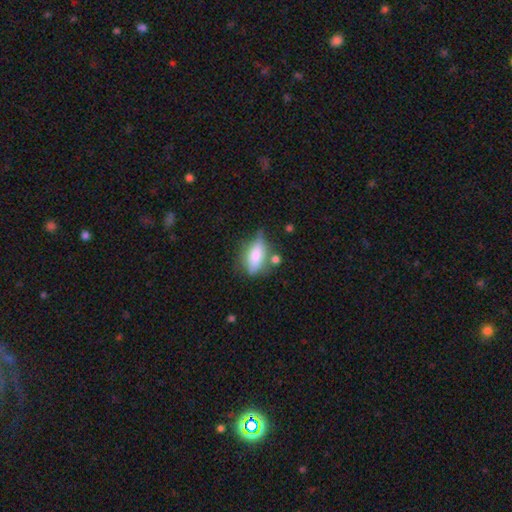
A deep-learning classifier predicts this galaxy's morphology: Smooth or featured: smooth — 65% (featured or disk — 27%)
How rounded: in between — 72% (cigar-shaped — 23%)
Merging: none — 53% (minor disturbance — 27%)